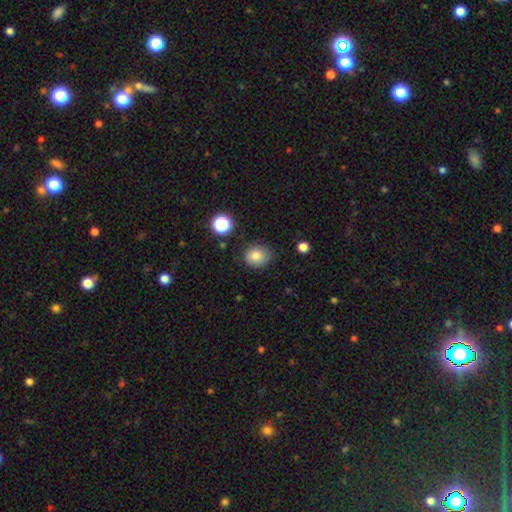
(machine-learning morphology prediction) Smooth or featured: smooth — 82% (star or artifact — 11%)
How rounded: round — 70% (in between — 29%)
Merging: none — 78% (minor disturbance — 16%)